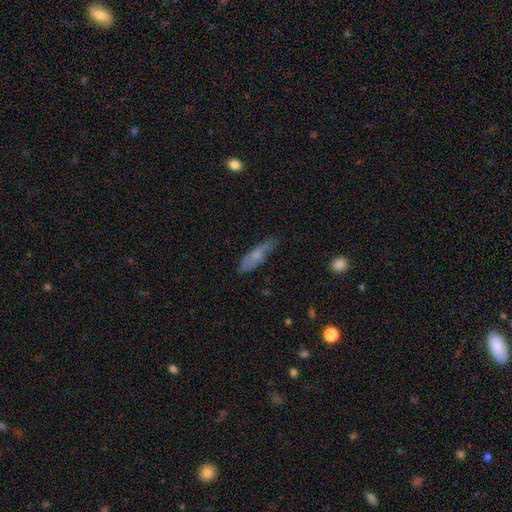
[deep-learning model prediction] A smooth galaxy with no disk features (59%) that is cigar-shaped (58%). Merging: none (57%).